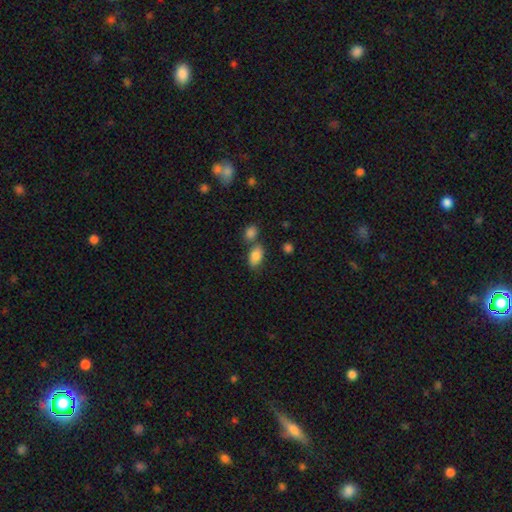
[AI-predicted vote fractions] This is clearly a smooth galaxy (85%). How rounded: clearly in between (90%). Merging: likely none (61%).